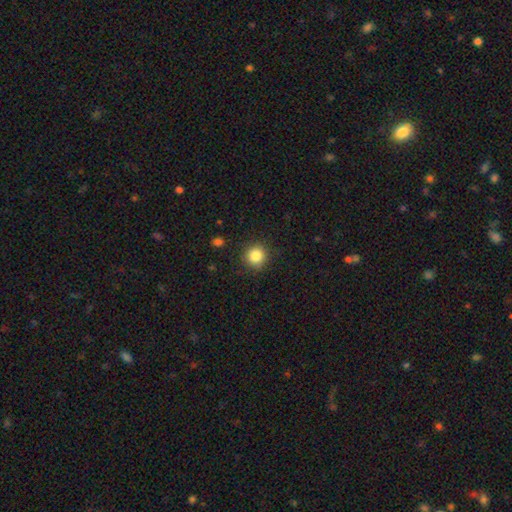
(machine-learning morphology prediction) type=smooth (85%); roundness=round (93%); merging=none (89%).